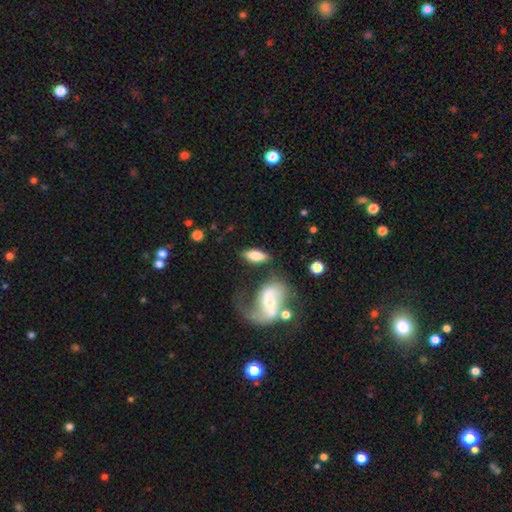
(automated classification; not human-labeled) Smooth or featured: smooth — 68% (featured or disk — 25%)
How rounded: in between — 80% (cigar-shaped — 15%)
Merging: none — 66% (minor disturbance — 16%)